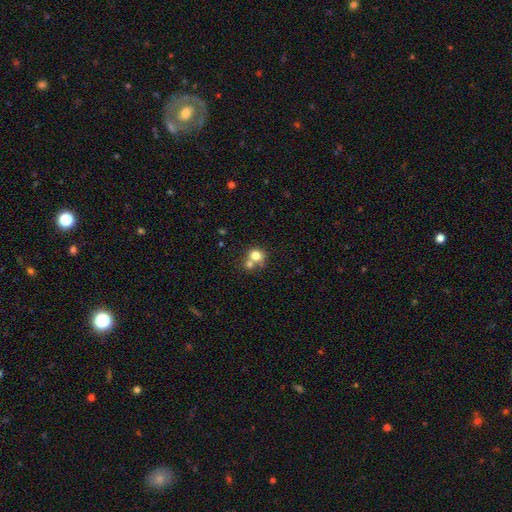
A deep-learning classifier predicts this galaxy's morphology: Smooth or featured? Predicted: smooth (p=0.76). How rounded? Predicted: round (p=0.75). Merging? Predicted: merger (p=0.50).